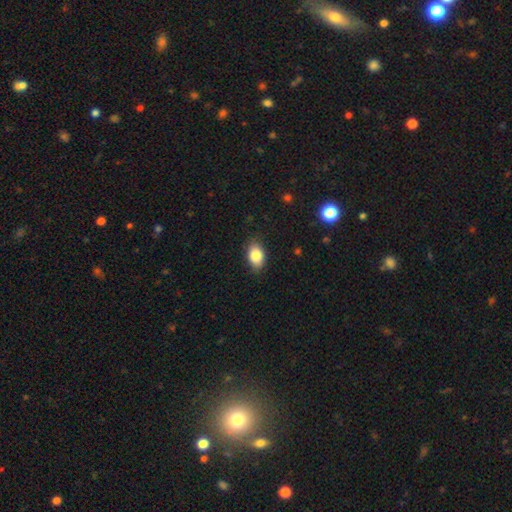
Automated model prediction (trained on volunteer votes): smooth-or-featured: smooth: 85% | star or artifact: 8% | featured or disk: 7%
  how-rounded: in between: 85% | round: 13% | cigar-shaped: 2%
  merging: none: 82% | minor disturbance: 14% | major disturbance: 3% | merger: 1%